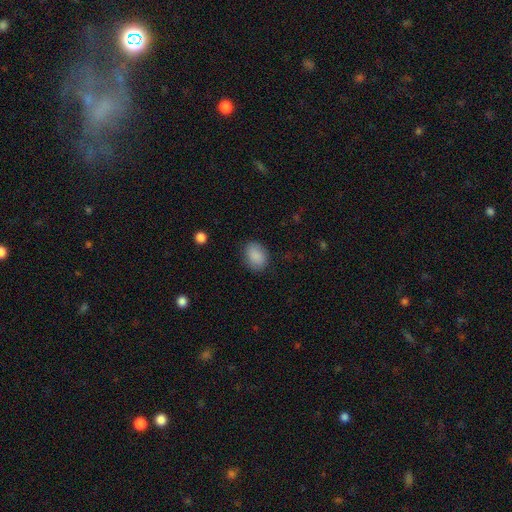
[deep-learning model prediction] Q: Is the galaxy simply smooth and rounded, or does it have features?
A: smooth — 88%.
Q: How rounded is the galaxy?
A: in between — 69%.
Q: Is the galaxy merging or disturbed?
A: none — 83%.